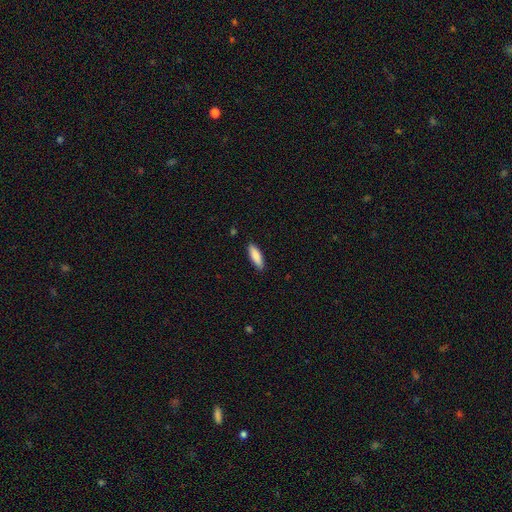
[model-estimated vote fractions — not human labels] Overall: smooth (87%). How rounded: in between (52%; cigar-shaped 46%). Merging: none (89%).